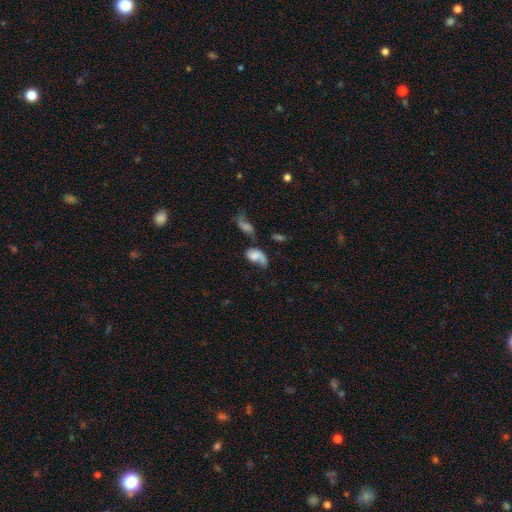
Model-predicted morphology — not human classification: smooth 56%, featured or disk 34%, star or artifact 11%. Down the decision tree: how rounded — in between (84%); merging — merger (30%, tied with major disturbance).